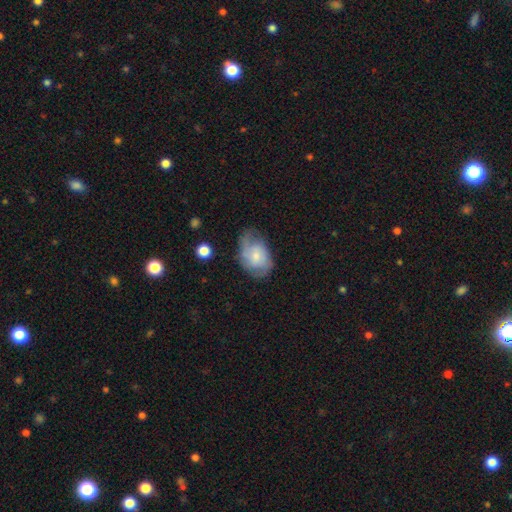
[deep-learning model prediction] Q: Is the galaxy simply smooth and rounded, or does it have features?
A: featured or disk — 49%.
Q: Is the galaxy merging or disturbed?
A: none — 50%.